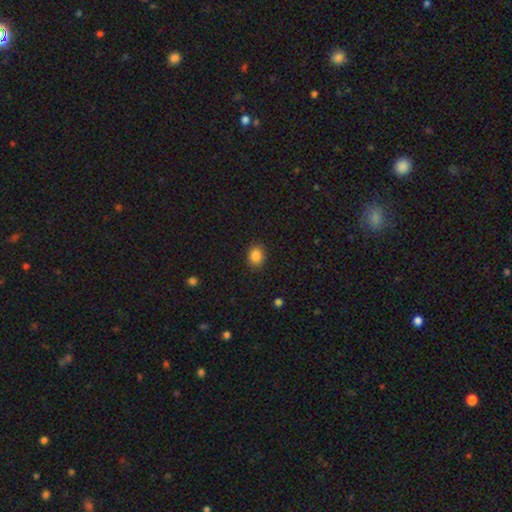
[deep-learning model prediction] This appears to be a smooth galaxy with no disk features (85%) that is round (61%). Merging: none (89%).